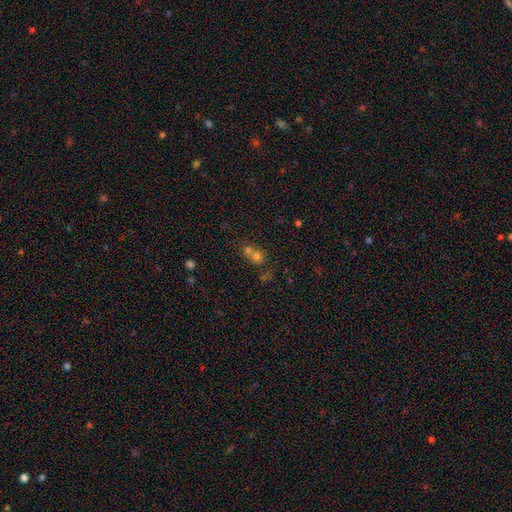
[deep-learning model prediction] A smooth galaxy with no disk features (59%) that is round (82%). Merging: merger (56%).